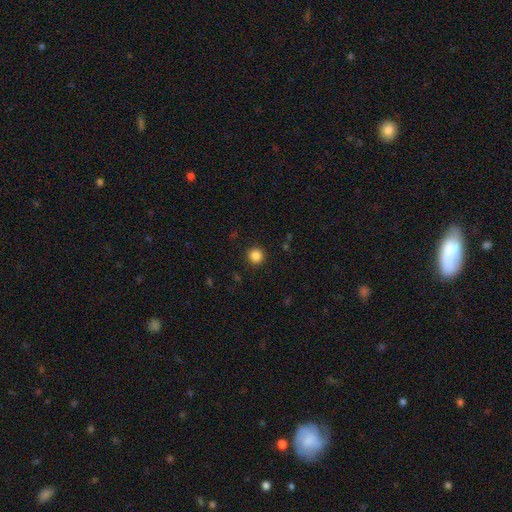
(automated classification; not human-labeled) This appears to be a smooth galaxy with no disk features (86%) that is round (95%). Merging: none (92%).